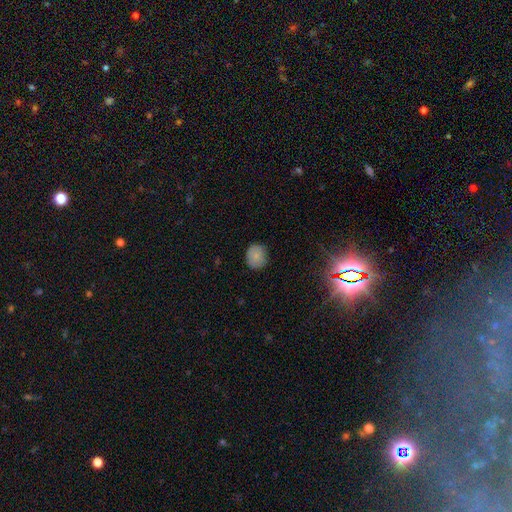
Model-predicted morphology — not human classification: The model was most divided on "how rounded": round: 77%, in between: 22%, cigar-shaped: 1%. More confident: smooth or featured — smooth (80%); merging — none (78%).